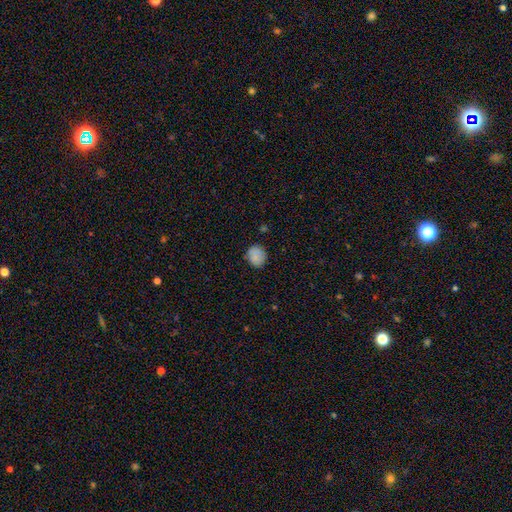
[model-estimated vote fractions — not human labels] smooth-or-featured: smooth: 86% | star or artifact: 9% | featured or disk: 5%
  how-rounded: round: 72% | in between: 28% | cigar-shaped: 1%
  merging: none: 81% | minor disturbance: 15% | major disturbance: 3% | merger: 2%